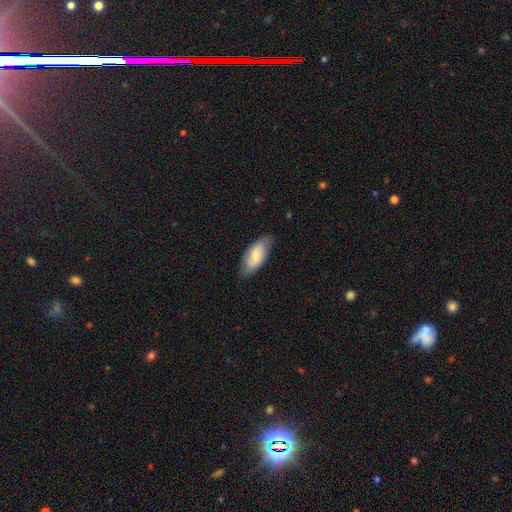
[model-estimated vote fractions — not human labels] The model was most divided on "smooth or featured": smooth: 60%, featured or disk: 35%, star or artifact: 6%. More confident: how rounded — in between (88%); merging — none (78%).